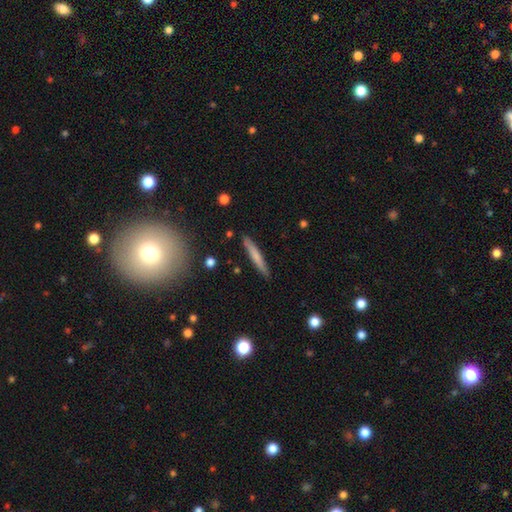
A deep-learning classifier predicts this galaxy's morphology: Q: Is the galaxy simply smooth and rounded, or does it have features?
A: smooth — 66%.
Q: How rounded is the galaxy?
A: cigar-shaped — 95%.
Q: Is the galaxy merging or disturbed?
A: none — 89%.